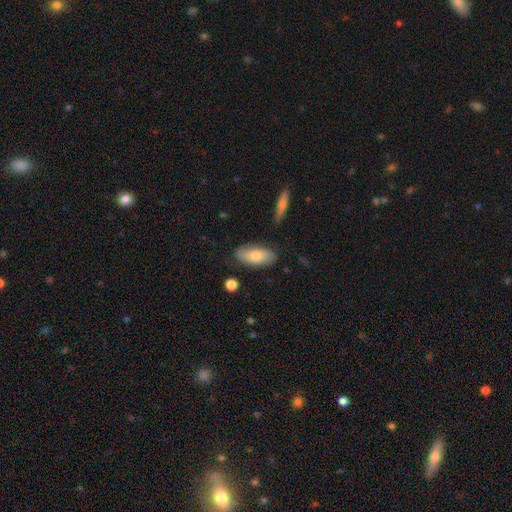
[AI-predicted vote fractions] Smooth or featured? Predicted: smooth (p=0.70). How rounded? Predicted: in between (p=0.87). Merging? Predicted: none (p=0.77).